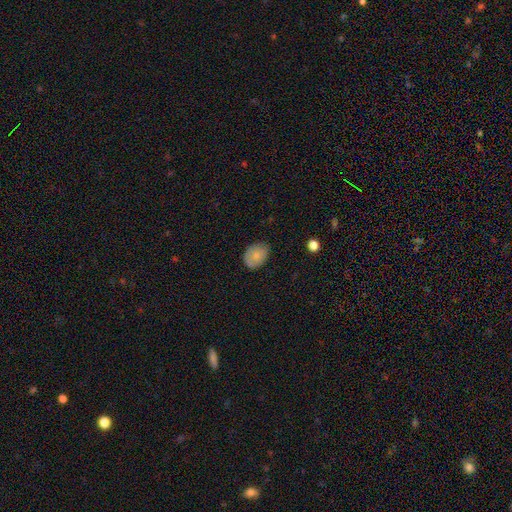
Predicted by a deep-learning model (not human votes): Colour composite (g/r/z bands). It shows a smooth galaxy with no disk features (77%) that is in between round and cigar-shaped (65%). Merging: none (72%).